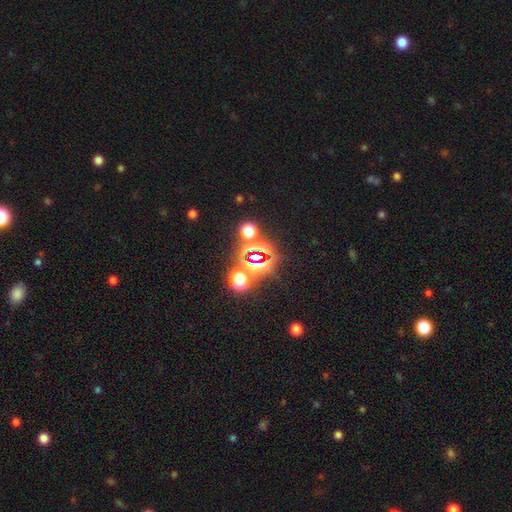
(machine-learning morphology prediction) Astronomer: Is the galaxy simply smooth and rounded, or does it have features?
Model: star or artifact — 81%.